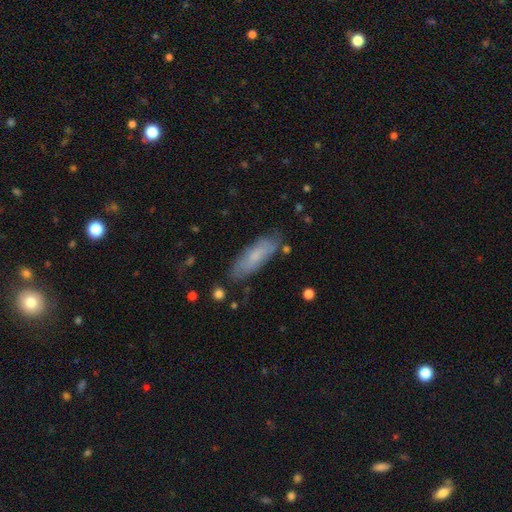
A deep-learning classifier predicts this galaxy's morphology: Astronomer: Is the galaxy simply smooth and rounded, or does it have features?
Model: smooth — 68%.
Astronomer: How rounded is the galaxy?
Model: in between — 56% (runner-up: cigar-shaped, 42%).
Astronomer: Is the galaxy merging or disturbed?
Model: none — 75%.